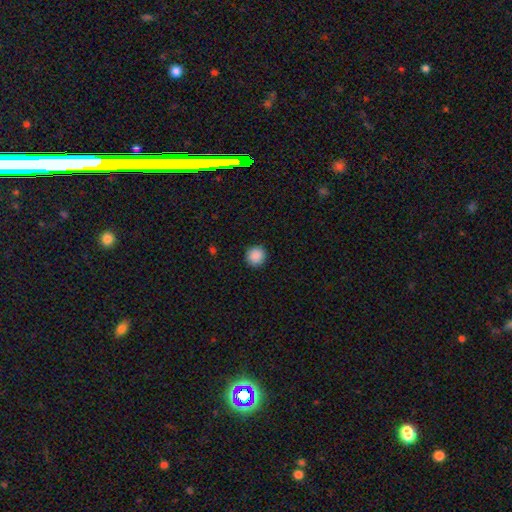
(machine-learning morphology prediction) Q: Smooth or featured?
A: smooth (89%); runner-up: star or artifact (9%)
Q: How rounded?
A: round (94%); runner-up: in between (5%)
Q: Merging?
A: none (92%); runner-up: minor disturbance (5%)